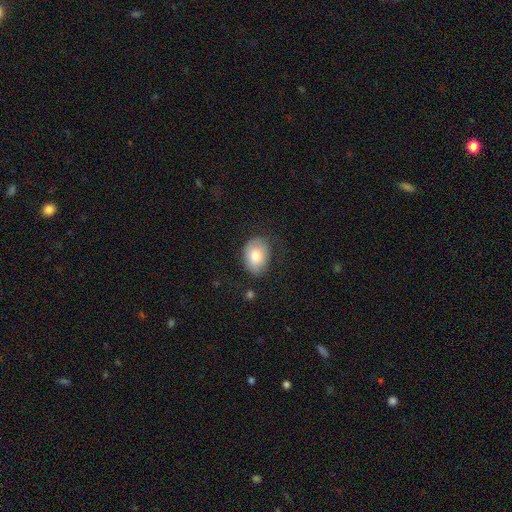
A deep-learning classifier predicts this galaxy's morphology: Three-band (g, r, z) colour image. It shows a smooth galaxy with no disk features (78%) that is in between round and cigar-shaped (72%). Merging: none (69%).